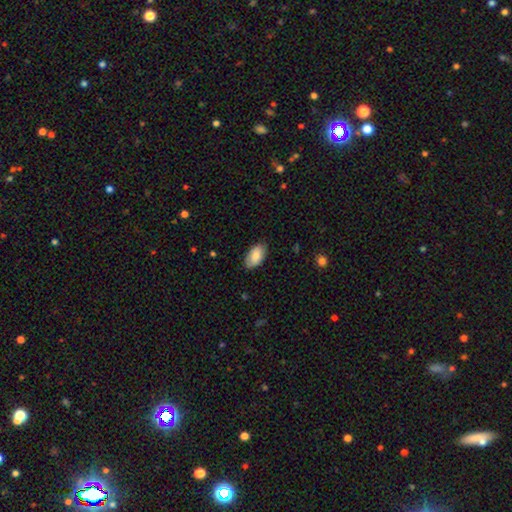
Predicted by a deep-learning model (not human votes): Morphology: type=smooth (81%); roundness=in between (95%); merging=none (80%).